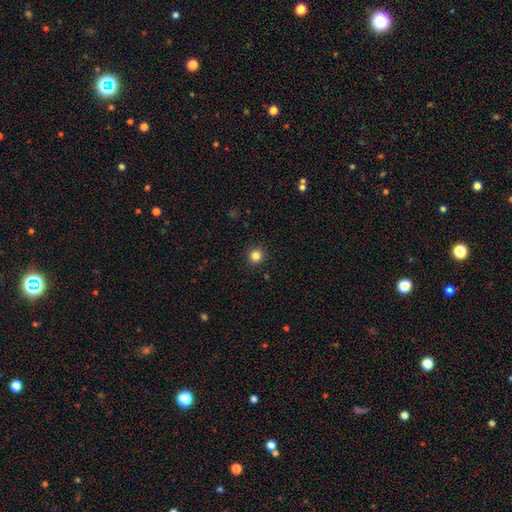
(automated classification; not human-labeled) A smooth galaxy with no disk features (84%) that is round (94%).

Vote fractions:
- Smooth or featured? smooth: 84% / star or artifact: 12% / featured or disk: 4%
- How rounded? round: 94% / in between: 5% / cigar-shaped: 1%
- Merging? none: 92% / minor disturbance: 5% / major disturbance: 2% / merger: 1%